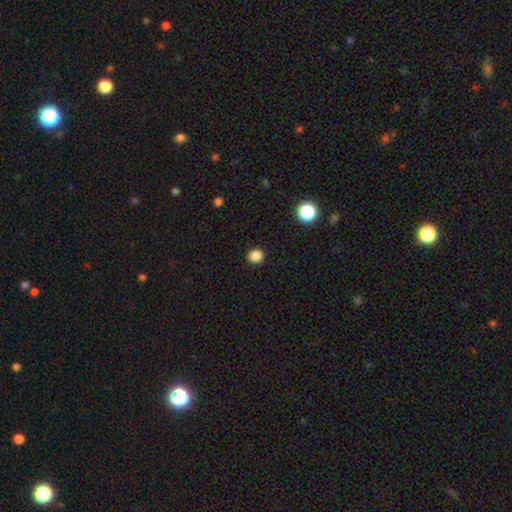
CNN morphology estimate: A smooth galaxy with no disk features (85%) that is round (85%).

Vote fractions:
- Smooth or featured? smooth: 85% / star or artifact: 12% / featured or disk: 3%
- How rounded? round: 85% / in between: 14% / cigar-shaped: 1%
- Merging? none: 91% / minor disturbance: 6% / major disturbance: 2% / merger: 1%